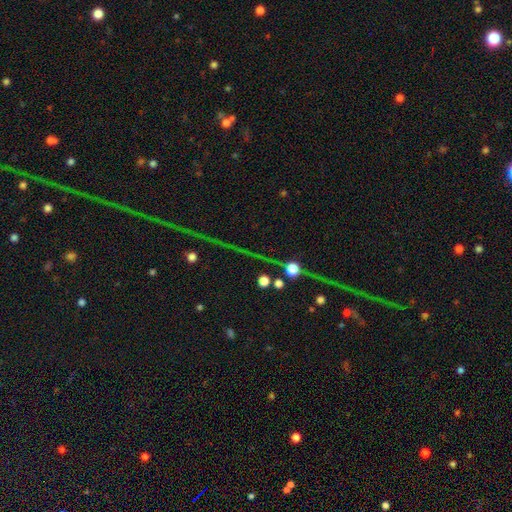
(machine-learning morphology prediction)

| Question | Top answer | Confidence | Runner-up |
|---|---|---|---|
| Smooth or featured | star or artifact | 83% | smooth (8%) |